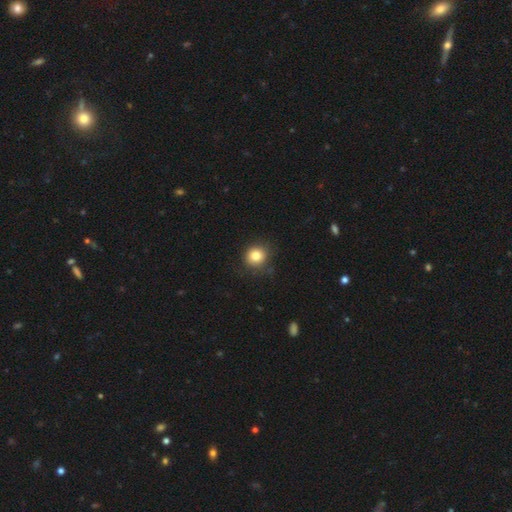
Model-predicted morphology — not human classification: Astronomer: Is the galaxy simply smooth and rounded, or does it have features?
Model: smooth — 82%.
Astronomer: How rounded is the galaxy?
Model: round — 89%.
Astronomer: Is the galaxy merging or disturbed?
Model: none — 84%.